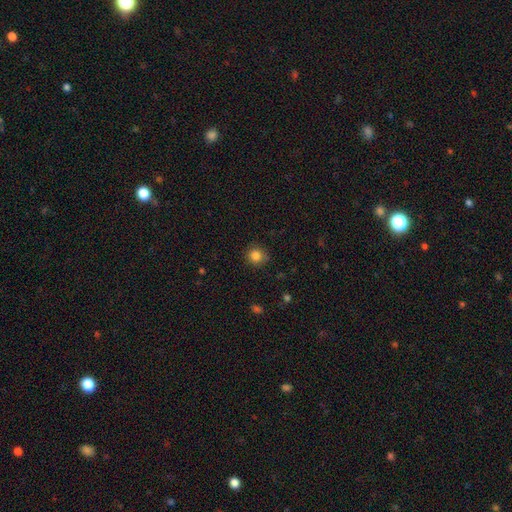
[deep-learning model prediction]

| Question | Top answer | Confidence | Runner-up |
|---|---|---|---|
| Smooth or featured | smooth | 84% | star or artifact (11%) |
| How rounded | round | 90% | in between (9%) |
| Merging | none | 83% | minor disturbance (13%) |